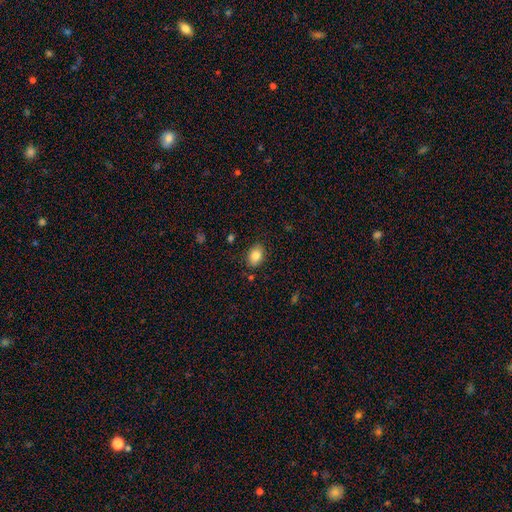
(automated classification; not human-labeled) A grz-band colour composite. It shows a smooth galaxy with no disk features (85%) that is in between round and cigar-shaped (79%). Merging: none (83%).